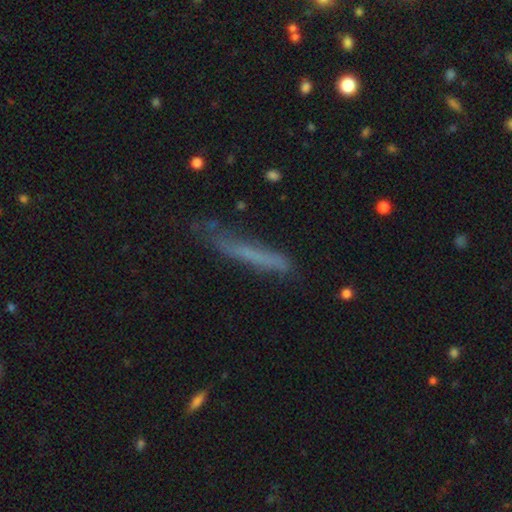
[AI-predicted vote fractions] This appears to be a smooth galaxy with no disk features (54%) that is cigar-shaped (94%). Merging: none (63%).